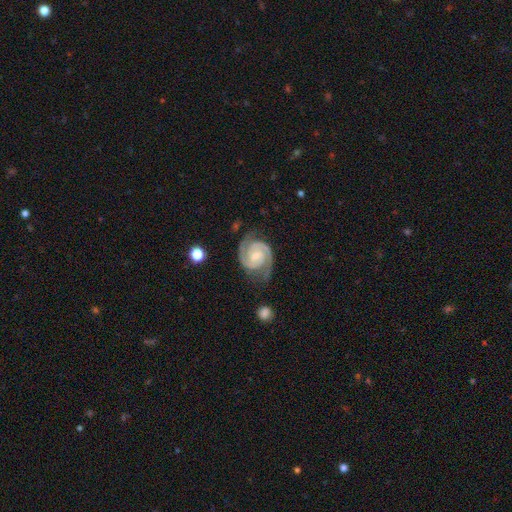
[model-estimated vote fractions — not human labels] A featured or disk galaxy (93%) with no bar (57%), 2 (92%) tight (63%) spiral arms (99%) and a small central bulge (63%). Merging: none (76%).